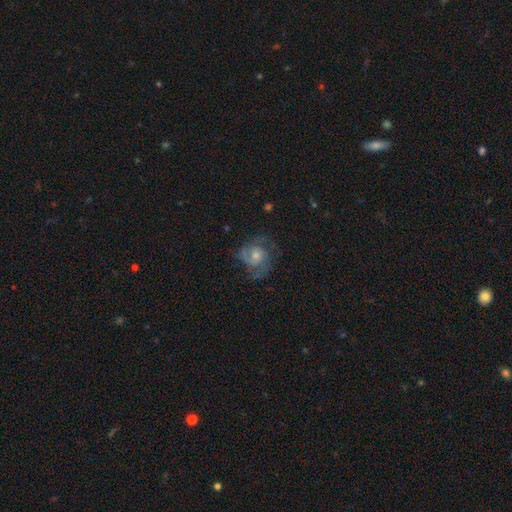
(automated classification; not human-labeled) smooth_or_featured: featured or disk (p=0.73) [alt: smooth p=0.17]
disk_edge_on: no (p=0.97) [alt: yes p=0.03]
bar: no (p=0.74) [alt: weak p=0.23]
has_spiral_arms: yes (p=0.91) [alt: no p=0.09]
spiral_winding: medium (p=0.46) [alt: tight p=0.40]
spiral_arm_count: 2 (p=0.48) [alt: can't tell p=0.21]
bulge_size: moderate (p=0.54) [alt: small p=0.35]
merging: none (p=0.65) [alt: minor disturbance p=0.19]